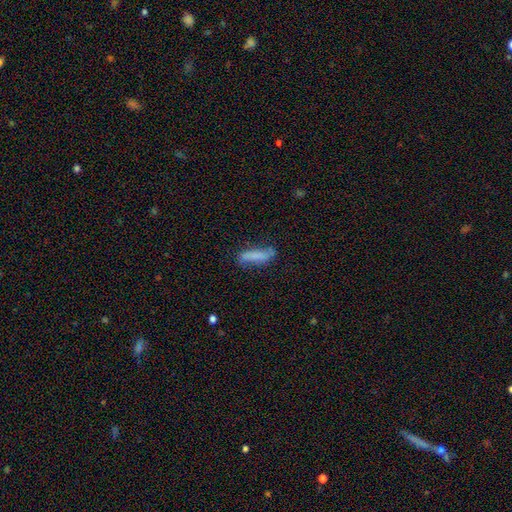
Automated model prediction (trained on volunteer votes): Overall: smooth (71%). How rounded: cigar-shaped (68%; in between 30%). Merging: none (65%).